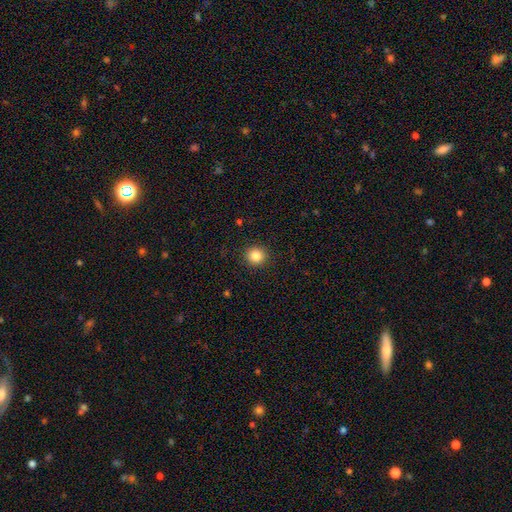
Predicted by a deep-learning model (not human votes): Morphology: type=smooth (84%); roundness=round (93%); merging=none (92%).